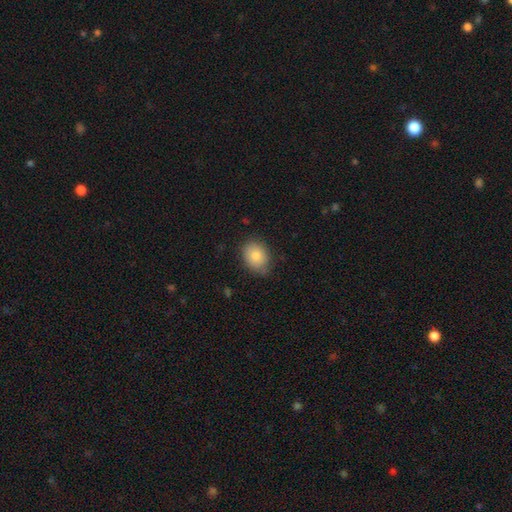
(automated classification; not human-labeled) A smooth galaxy with no disk features (82%) that is in between round and cigar-shaped (59%).

Vote fractions:
- Smooth or featured? smooth: 82% / featured or disk: 10% / star or artifact: 8%
- How rounded? in between: 59% / round: 40% / cigar-shaped: 1%
- Merging? none: 74% / minor disturbance: 21% / major disturbance: 4% / merger: 1%